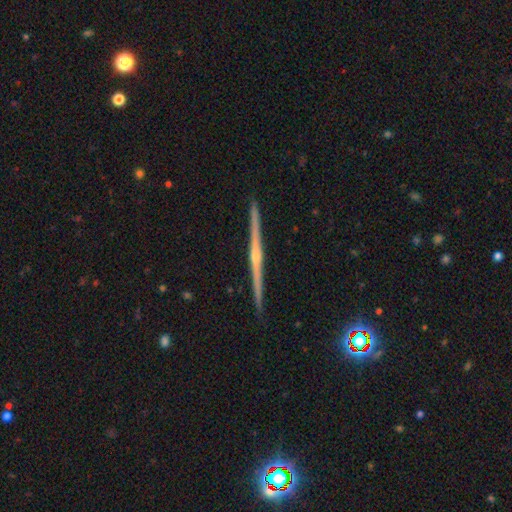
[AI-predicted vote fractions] Morphology: type=featured or disk (86%); edge-on=yes (99%); edge-on bulge=rounded (80%); merging=none (93%).